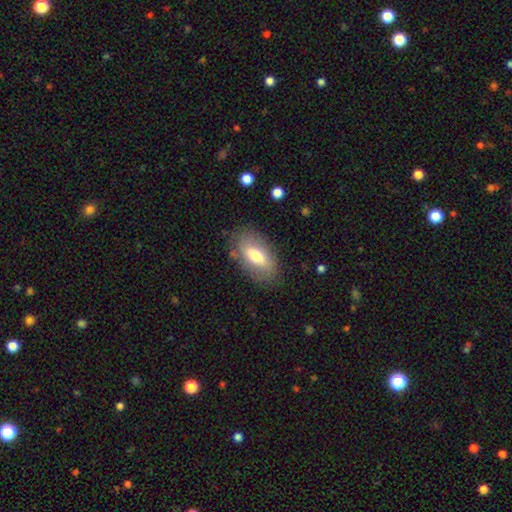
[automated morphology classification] This is likely a smooth galaxy (65%). How rounded: clearly in between (91%). Merging: likely none (79%).